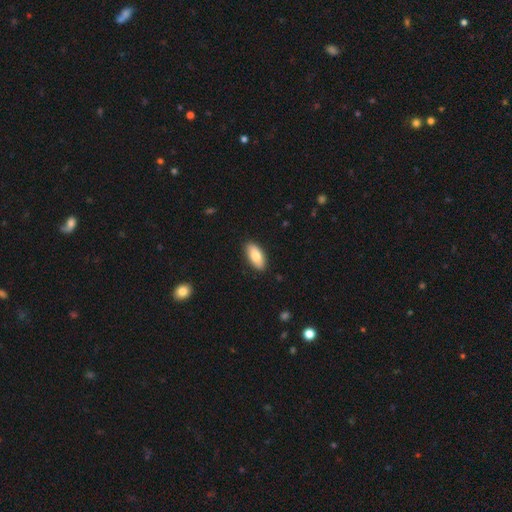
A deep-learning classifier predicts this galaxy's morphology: Overall: smooth (82%). How rounded: in between (88%). Merging: none (89%).